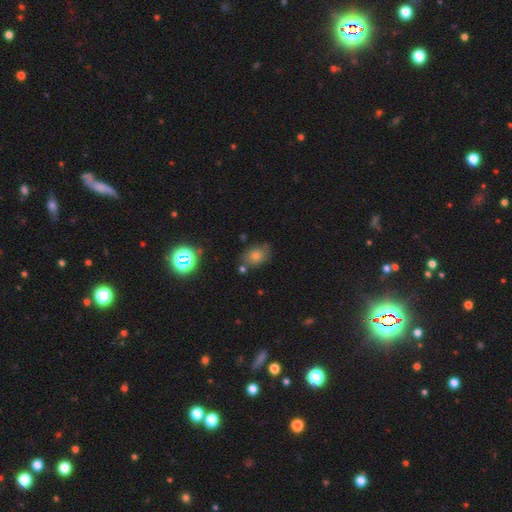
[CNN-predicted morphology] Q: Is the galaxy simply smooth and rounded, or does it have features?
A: smooth — 66%.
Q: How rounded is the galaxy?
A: in between — 69%.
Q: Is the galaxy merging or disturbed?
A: none — 73%.